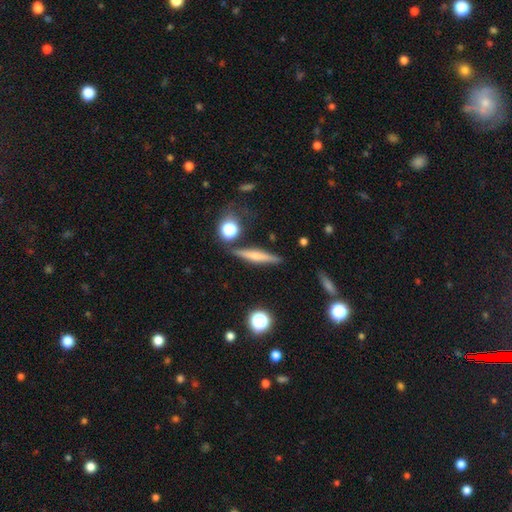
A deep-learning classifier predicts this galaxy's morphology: This is possibly a featured or disk galaxy (47%). Merging: clearly none (83%).